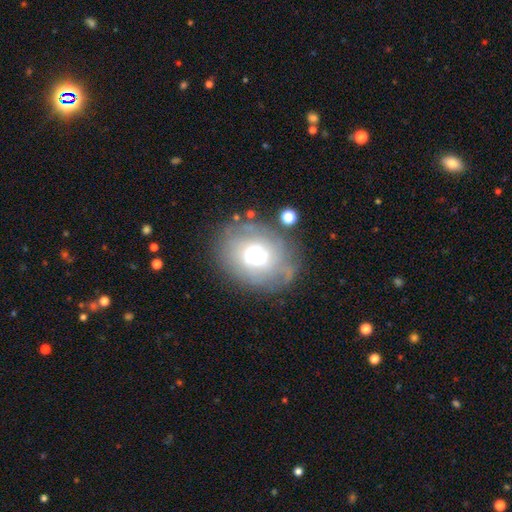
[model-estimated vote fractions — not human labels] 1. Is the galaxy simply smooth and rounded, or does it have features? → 52% featured or disk, 38% smooth, 11% star or artifact.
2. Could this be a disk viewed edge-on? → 96% no, 4% yes.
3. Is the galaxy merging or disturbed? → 62% none, 20% minor disturbance, 14% major disturbance, 4% merger.